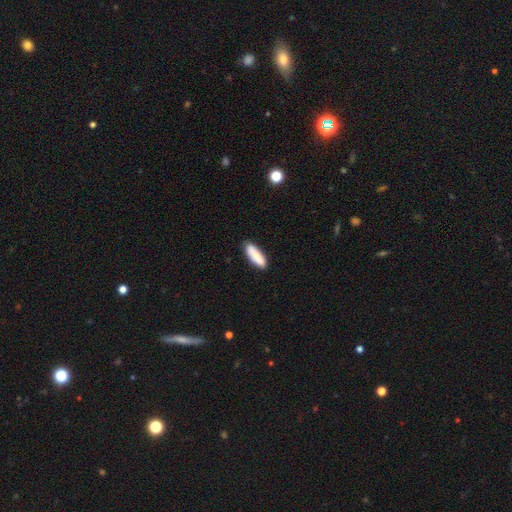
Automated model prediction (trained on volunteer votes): A smooth galaxy with no disk features (84%) that is cigar-shaped (50%).

Vote fractions:
- Smooth or featured? smooth: 84% / featured or disk: 10% / star or artifact: 6%
- How rounded? cigar-shaped: 50% / in between: 49% / round: 2%
- Merging? none: 84% / minor disturbance: 12% / major disturbance: 2% / merger: 2%